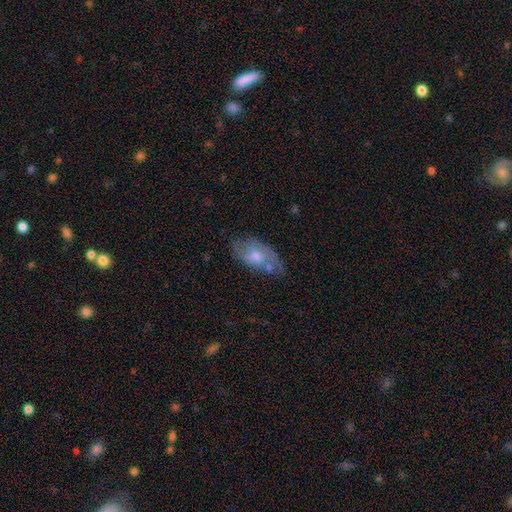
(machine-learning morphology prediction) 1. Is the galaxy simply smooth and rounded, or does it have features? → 52% smooth, 40% featured or disk, 7% star or artifact.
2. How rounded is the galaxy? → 89% in between, 5% round, 5% cigar-shaped.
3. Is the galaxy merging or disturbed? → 50% none, 29% minor disturbance, 11% merger, 10% major disturbance.